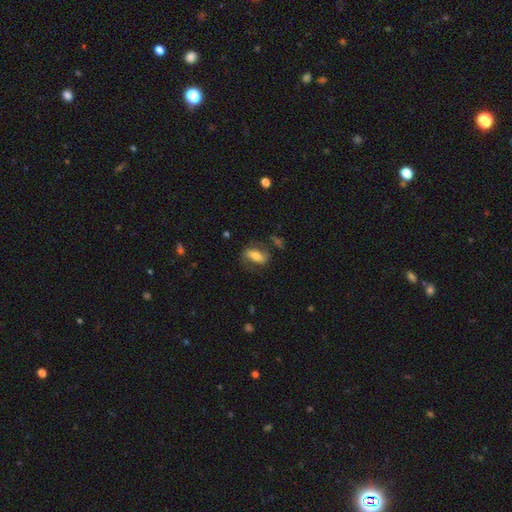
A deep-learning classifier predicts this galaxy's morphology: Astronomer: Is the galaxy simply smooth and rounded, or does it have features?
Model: smooth — 52% (runner-up: featured or disk, 41%).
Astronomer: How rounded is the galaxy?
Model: in between — 79%.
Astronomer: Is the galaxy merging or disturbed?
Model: none — 65%.